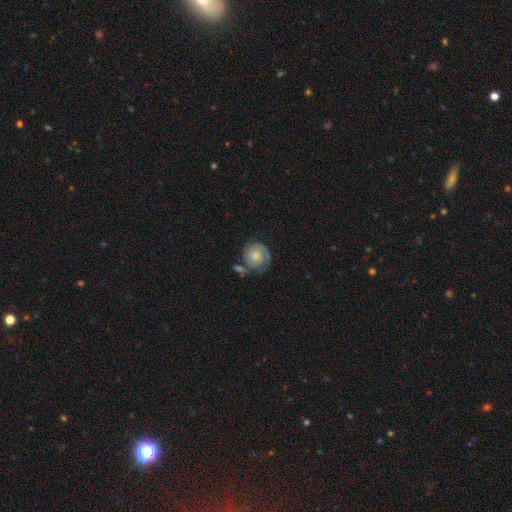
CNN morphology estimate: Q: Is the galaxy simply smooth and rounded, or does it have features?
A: featured or disk — 72%.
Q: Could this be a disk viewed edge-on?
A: no — 98%.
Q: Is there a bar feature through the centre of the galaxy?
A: no — 78%.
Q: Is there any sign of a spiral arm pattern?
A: yes — 94%.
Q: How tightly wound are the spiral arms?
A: tight — 68%.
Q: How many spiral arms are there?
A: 2 — 70%.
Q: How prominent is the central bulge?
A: small — 45%.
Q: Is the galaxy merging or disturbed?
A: none — 60%.